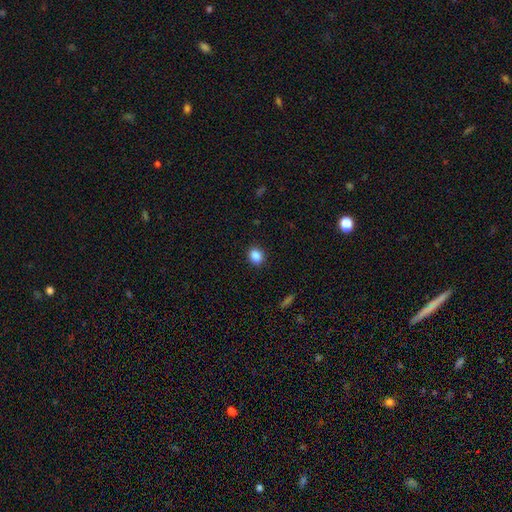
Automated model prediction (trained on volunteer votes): Overall: smooth (87%). How rounded: round (57%; in between 42%). Merging: none (89%).